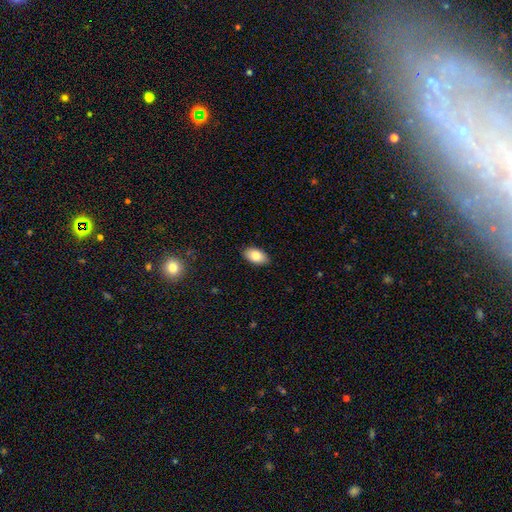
Smooth or featured?
  - smooth: 85% *
  - featured or disk: 12%
  - star or artifact: 2%
How rounded?
  - in between: 94% *
  - cigar-shaped: 6%
  - round: 0%
Merging?
  - none: 90% *
  - minor disturbance: 10%
  - major disturbance: 0%
  - merger: 0%